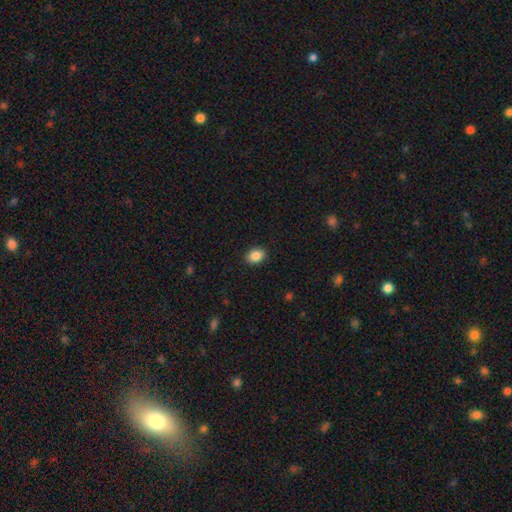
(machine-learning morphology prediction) Smooth or featured?
  - smooth: 87% *
  - star or artifact: 9%
  - featured or disk: 4%
How rounded?
  - in between: 68% *
  - round: 31%
  - cigar-shaped: 1%
Merging?
  - none: 89% *
  - minor disturbance: 8%
  - major disturbance: 2%
  - merger: 1%